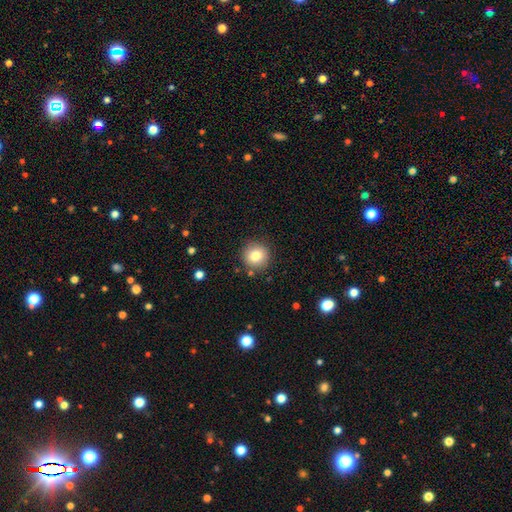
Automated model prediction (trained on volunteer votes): smooth 81%, star or artifact 10%, featured or disk 9%. Down the decision tree: how rounded — round (94%); merging — none (88%).